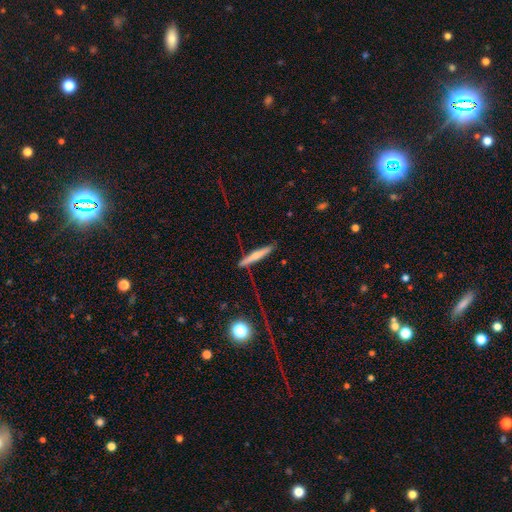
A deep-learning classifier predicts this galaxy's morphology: A smooth galaxy with no disk features (53%) that is cigar-shaped (93%).

Vote fractions:
- Smooth or featured? smooth: 53% / featured or disk: 40% / star or artifact: 7%
- How rounded? cigar-shaped: 93% / in between: 5% / round: 2%
- Merging? none: 79% / minor disturbance: 14% / major disturbance: 4% / merger: 3%